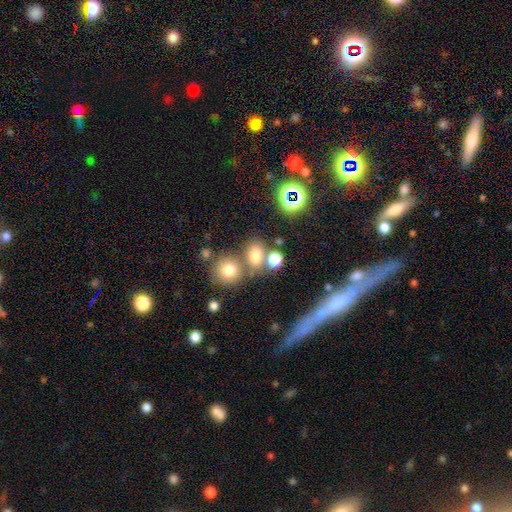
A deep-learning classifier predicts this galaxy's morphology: smooth-or-featured: smooth: 71% | star or artifact: 18% | featured or disk: 11%
  how-rounded: in between: 51% | round: 47% | cigar-shaped: 2%
  merging: none: 54% | merger: 30% | minor disturbance: 11% | major disturbance: 5%